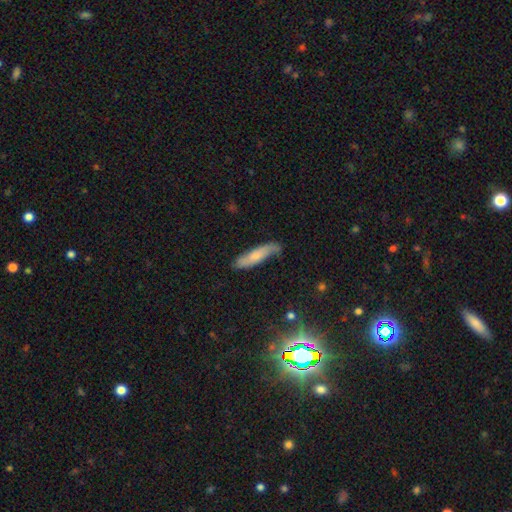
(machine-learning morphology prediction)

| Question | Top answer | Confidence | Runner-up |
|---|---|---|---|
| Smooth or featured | smooth | 58% | featured or disk (34%) |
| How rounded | cigar-shaped | 76% | in between (22%) |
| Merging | none | 68% | minor disturbance (24%) |